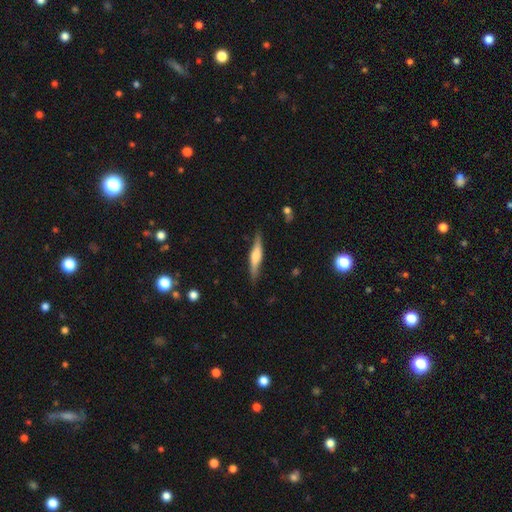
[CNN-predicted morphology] This appears to be a featured or disk galaxy (58%) viewed edge-on (95%) with a rounded central bulge (74%). Merging: none (84%).